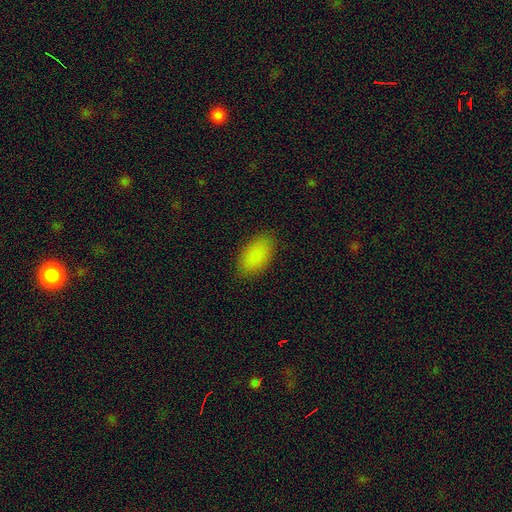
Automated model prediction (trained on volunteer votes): Smooth or featured: smooth — 87% (star or artifact — 8%)
How rounded: in between — 93% (round — 4%)
Merging: none — 86% (minor disturbance — 11%)